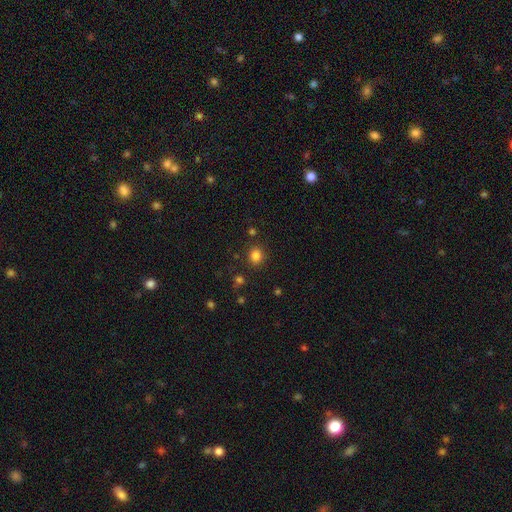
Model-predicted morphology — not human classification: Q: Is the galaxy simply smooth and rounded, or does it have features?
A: smooth — 82%.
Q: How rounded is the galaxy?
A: round — 82%.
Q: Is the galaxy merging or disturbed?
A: none — 87%.